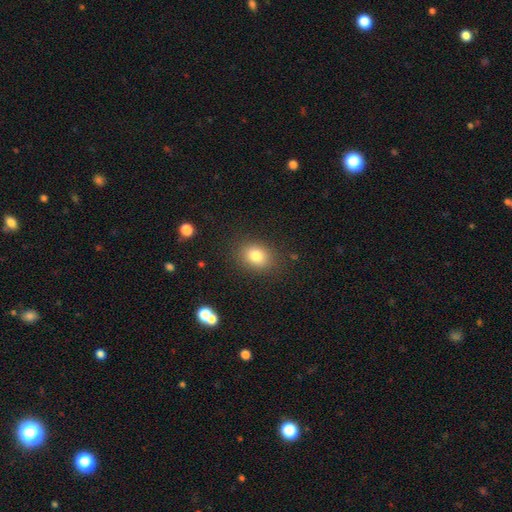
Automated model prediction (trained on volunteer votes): smooth-or-featured: smooth: 80% | star or artifact: 12% | featured or disk: 8%
  how-rounded: in between: 54% | round: 45% | cigar-shaped: 1%
  merging: none: 85% | minor disturbance: 10% | major disturbance: 4% | merger: 2%